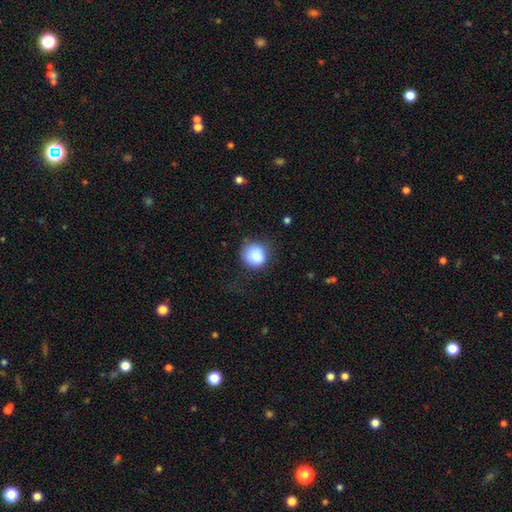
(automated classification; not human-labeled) Overall: smooth (87%). How rounded: round (87%). Merging: none (70%).